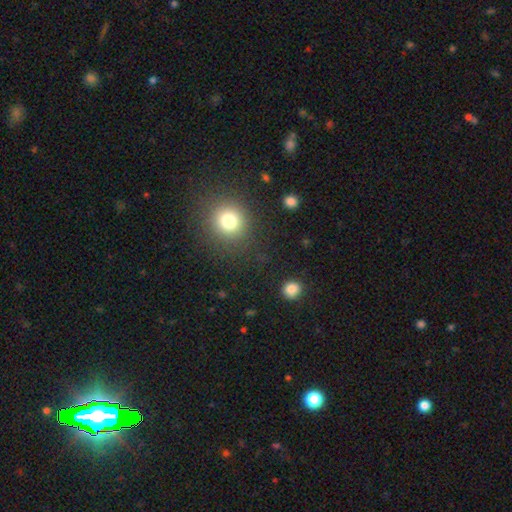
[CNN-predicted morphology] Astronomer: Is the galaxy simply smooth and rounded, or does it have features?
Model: smooth — 67%.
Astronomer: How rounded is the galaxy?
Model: round — 89%.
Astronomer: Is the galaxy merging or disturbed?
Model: none — 90%.